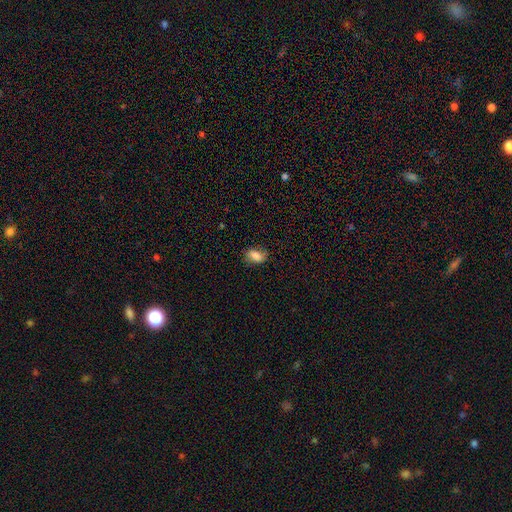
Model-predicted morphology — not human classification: Smooth or featured? Predicted: smooth (p=0.75). How rounded? Predicted: in between (p=0.84). Merging? Predicted: none (p=0.74).